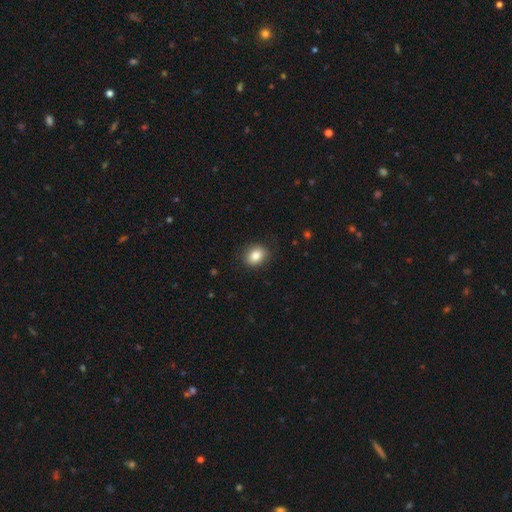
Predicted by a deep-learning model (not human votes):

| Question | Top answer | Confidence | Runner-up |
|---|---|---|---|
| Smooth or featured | smooth | 84% | star or artifact (9%) |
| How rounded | round | 50% | in between (49%) |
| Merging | none | 87% | minor disturbance (10%) |